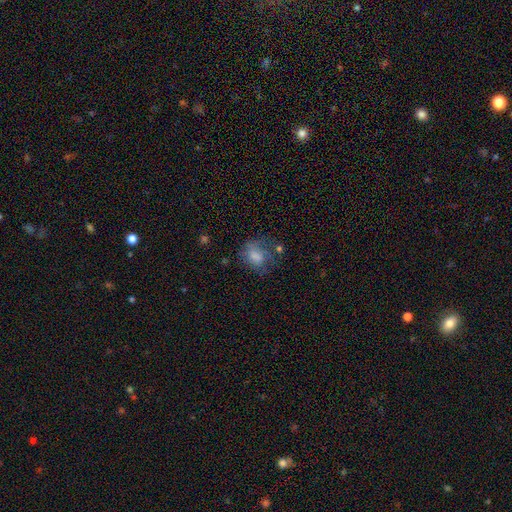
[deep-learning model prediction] smooth_or_featured: smooth (p=0.66) [alt: featured or disk p=0.23]
how_rounded: in between (p=0.59) [alt: round p=0.40]
merging: none (p=0.40) [alt: major disturbance p=0.27]